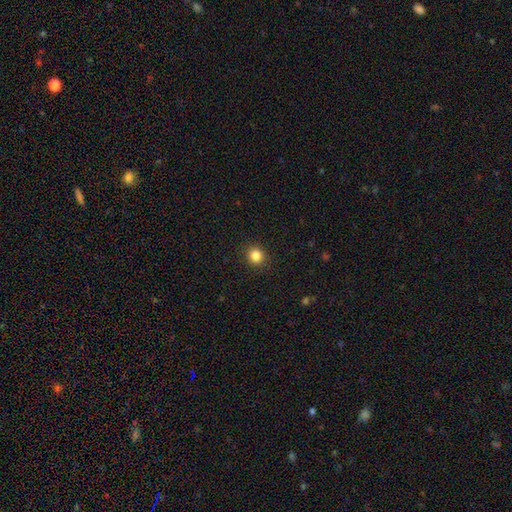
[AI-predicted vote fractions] Morphology: type=smooth (84%); roundness=round (88%); merging=none (92%).